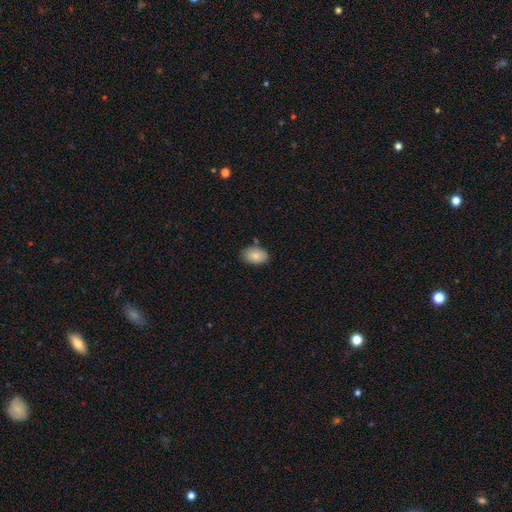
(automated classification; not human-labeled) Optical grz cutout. It shows a smooth galaxy with no disk features (82%) that is in between round and cigar-shaped (88%). Merging: none (79%).